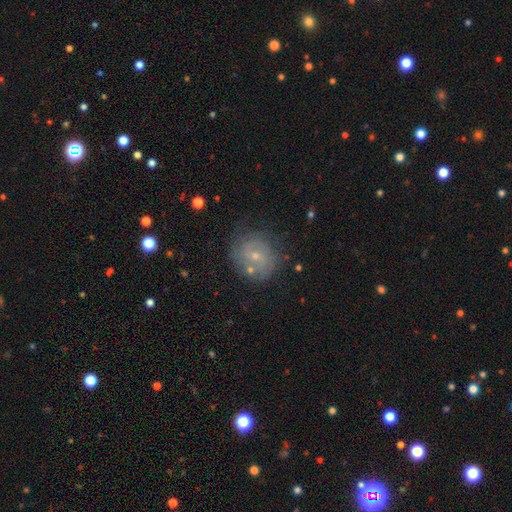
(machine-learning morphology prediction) type=featured or disk (55%); edge-on=no (97%); bar=no (59%); spiral arms=yes (69%); bulge=small (73%); merging=none (71%).